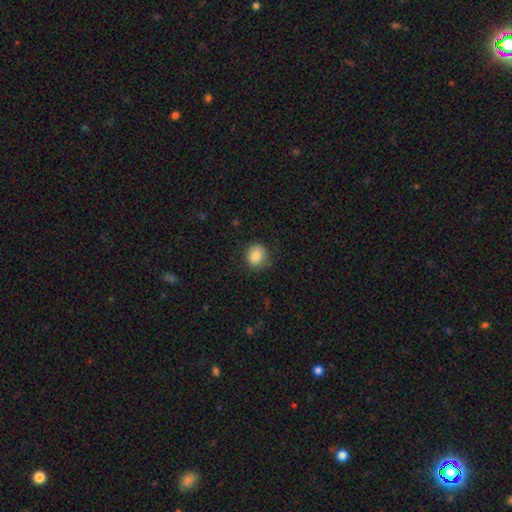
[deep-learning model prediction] Smooth or featured: smooth — 85% (star or artifact — 8%)
How rounded: round — 73% (in between — 26%)
Merging: none — 81% (minor disturbance — 14%)